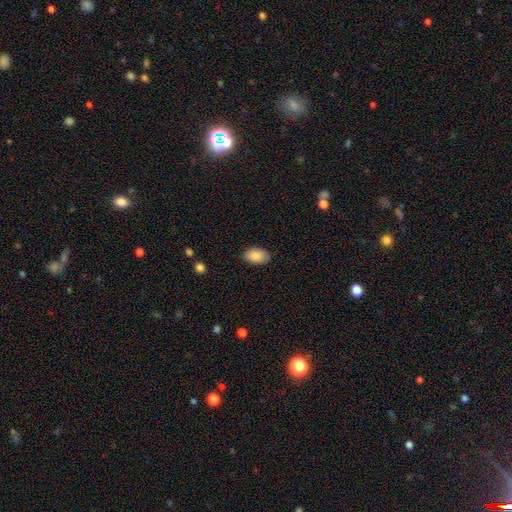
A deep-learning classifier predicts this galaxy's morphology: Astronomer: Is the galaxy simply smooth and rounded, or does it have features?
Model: smooth — 85%.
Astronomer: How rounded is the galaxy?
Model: in between — 92%.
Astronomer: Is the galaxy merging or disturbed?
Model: none — 85%.